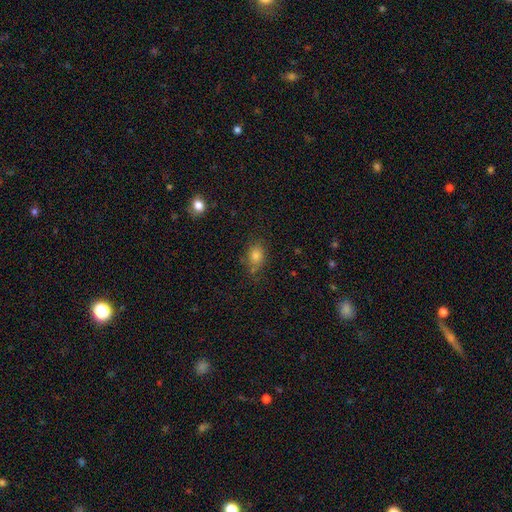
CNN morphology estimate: Smooth or featured? smooth (78%)
How rounded? in between (63%)
Merging? none (74%)